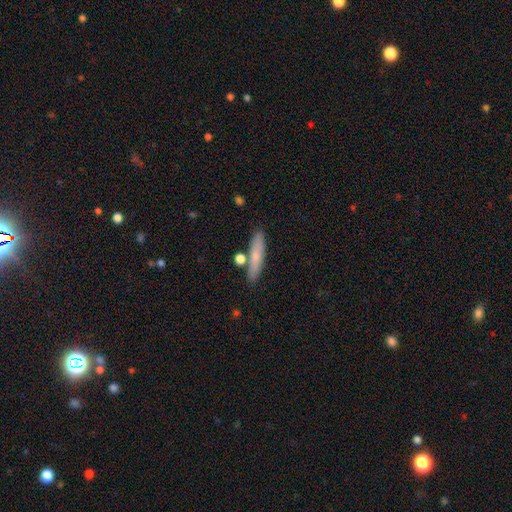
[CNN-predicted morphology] The model was most divided on "smooth or featured": smooth: 70%, featured or disk: 23%, star or artifact: 7%. More confident: how rounded — cigar-shaped (81%); merging — none (79%).